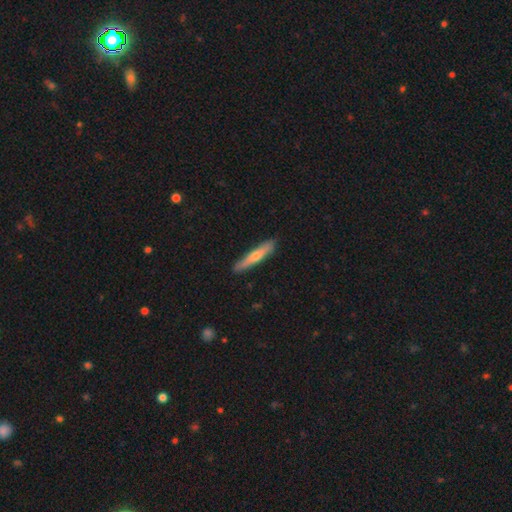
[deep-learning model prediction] Q: Smooth or featured?
A: smooth (58%); runner-up: featured or disk (37%)
Q: How rounded?
A: cigar-shaped (92%); runner-up: in between (7%)
Q: Merging?
A: none (88%); runner-up: minor disturbance (9%)